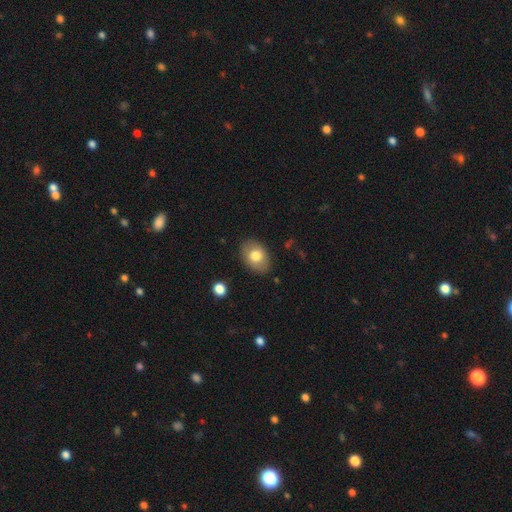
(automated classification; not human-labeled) This appears to be a smooth galaxy with no disk features (75%) that is in between round and cigar-shaped (78%). Merging: none (84%).